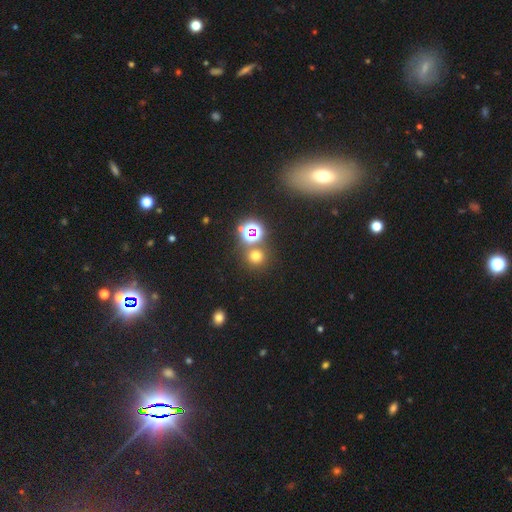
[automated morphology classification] The model was most divided on "smooth or featured": smooth: 60%, star or artifact: 33%, featured or disk: 7%. More confident: how rounded — round (91%); merging — none (79%).